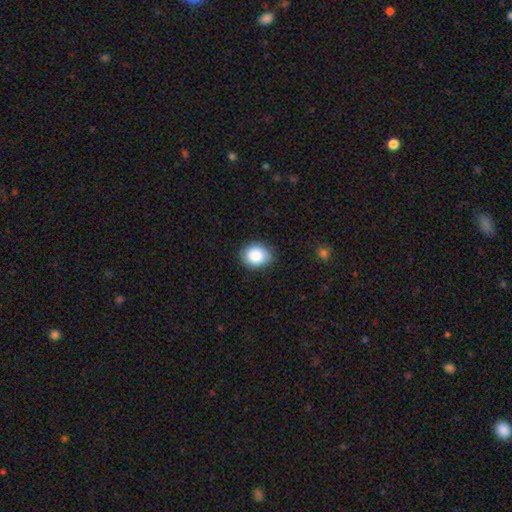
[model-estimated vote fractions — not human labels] smooth-or-featured: smooth: 86% | star or artifact: 8% | featured or disk: 7%
  how-rounded: round: 59% | in between: 40% | cigar-shaped: 1%
  merging: none: 83% | minor disturbance: 13% | major disturbance: 3% | merger: 1%